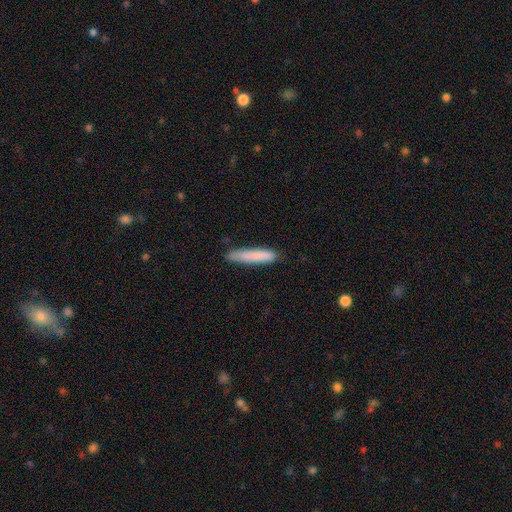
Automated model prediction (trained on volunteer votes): This is clearly a smooth galaxy (83%). How rounded: clearly cigar-shaped (92%). Merging: clearly none (83%).